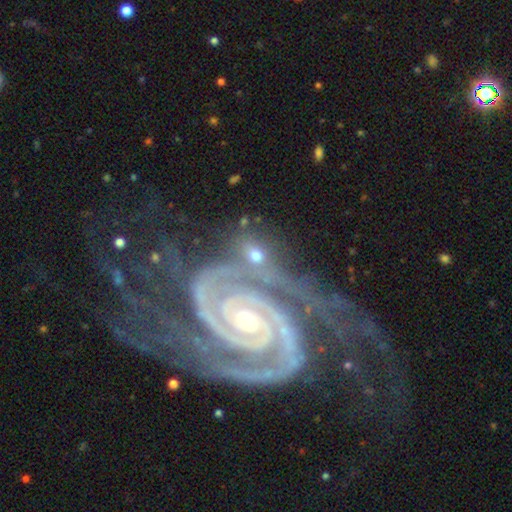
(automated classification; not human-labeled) smooth-or-featured: featured or disk: 64% | smooth: 25% | star or artifact: 11%
  disk-edge-on: no: 95% | yes: 5%
    bar: no: 50% | weak: 30% | strong: 20%
    has-spiral-arms: yes: 91% | no: 9%
      spiral-winding: tight: 71% | medium: 24% | loose: 6%
      spiral-arm-count: 2: 38% | 3: 22% | can't tell: 19% | 4: 8% | more than 4: 7% | 1: 7%
    bulge-size: small: 50% | moderate: 40% | large: 5% | none: 2% | dominant: 2%
  merging: none: 52% | merger: 22% | minor disturbance: 16% | major disturbance: 10%